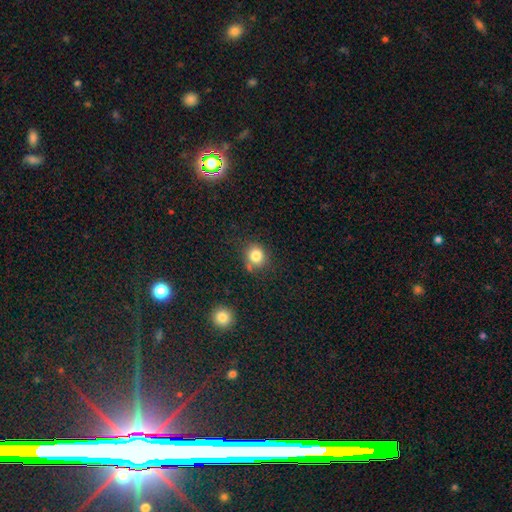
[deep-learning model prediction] smooth-or-featured: smooth: 82% | star or artifact: 11% | featured or disk: 7%
  how-rounded: round: 81% | in between: 18% | cigar-shaped: 1%
  merging: none: 72% | minor disturbance: 15% | merger: 9% | major disturbance: 4%